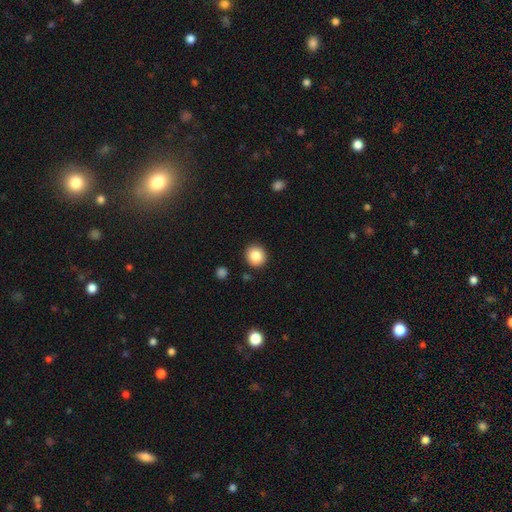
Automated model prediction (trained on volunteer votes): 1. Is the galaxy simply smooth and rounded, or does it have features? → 85% smooth, 9% star or artifact, 6% featured or disk.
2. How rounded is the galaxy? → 92% round, 7% in between, 1% cigar-shaped.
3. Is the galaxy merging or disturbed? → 91% none, 6% minor disturbance, 2% major disturbance, 2% merger.